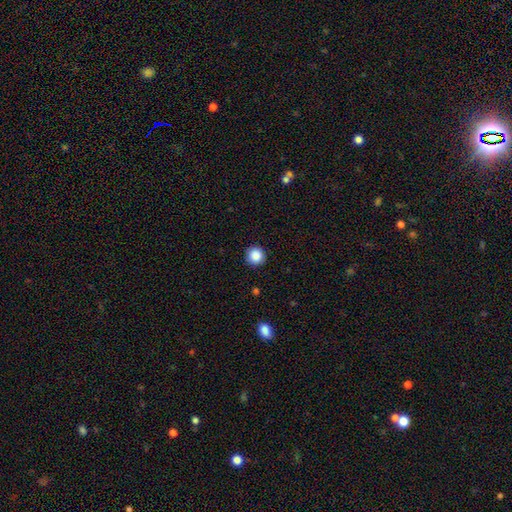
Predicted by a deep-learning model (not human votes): Morphology: type=smooth (87%); roundness=round (94%); merging=none (91%).